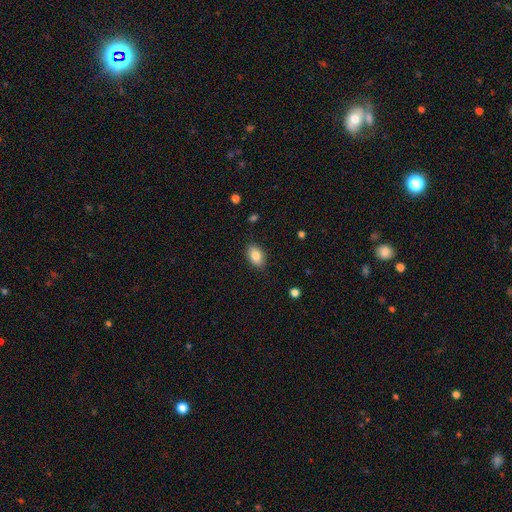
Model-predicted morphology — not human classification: smooth_or_featured: smooth (p=0.82) [alt: featured or disk p=0.10]
how_rounded: in between (p=0.87) [alt: round p=0.11]
merging: none (p=0.82) [alt: minor disturbance p=0.14]